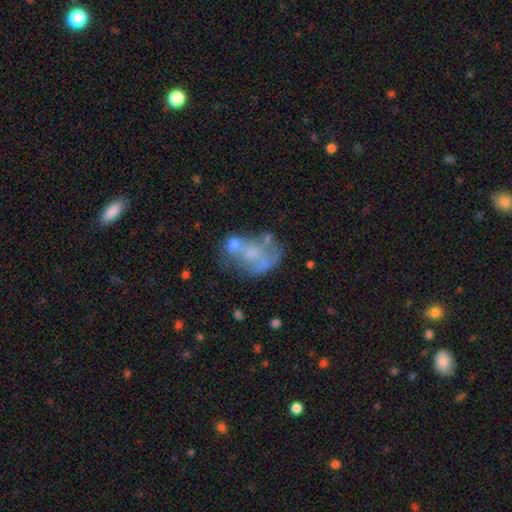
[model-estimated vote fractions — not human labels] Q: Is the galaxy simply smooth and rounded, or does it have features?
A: featured or disk — 49%.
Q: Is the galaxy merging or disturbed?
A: merger — 30%.